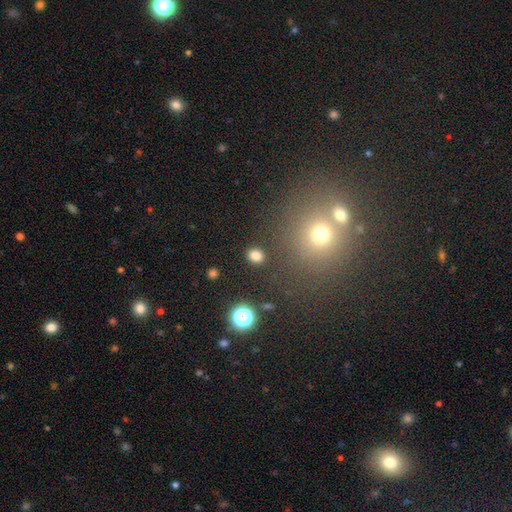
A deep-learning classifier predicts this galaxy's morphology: smooth-or-featured: smooth: 81% | star or artifact: 14% | featured or disk: 5%
  how-rounded: round: 60% | in between: 38% | cigar-shaped: 1%
  merging: none: 88% | minor disturbance: 7% | major disturbance: 3% | merger: 2%